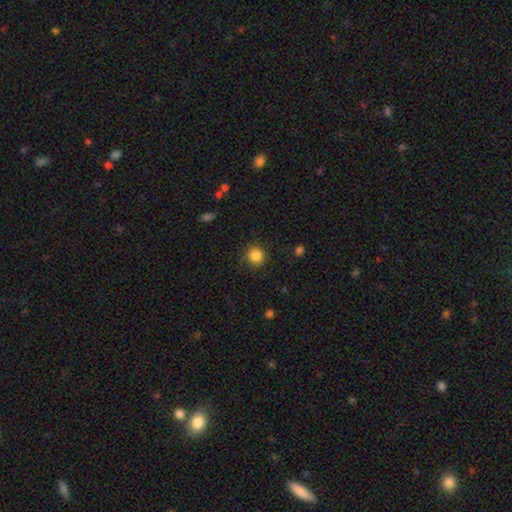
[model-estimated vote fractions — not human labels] smooth-or-featured: smooth: 85% | star or artifact: 11% | featured or disk: 4%
  how-rounded: round: 94% | in between: 5% | cigar-shaped: 1%
  merging: none: 88% | minor disturbance: 8% | major disturbance: 2% | merger: 1%